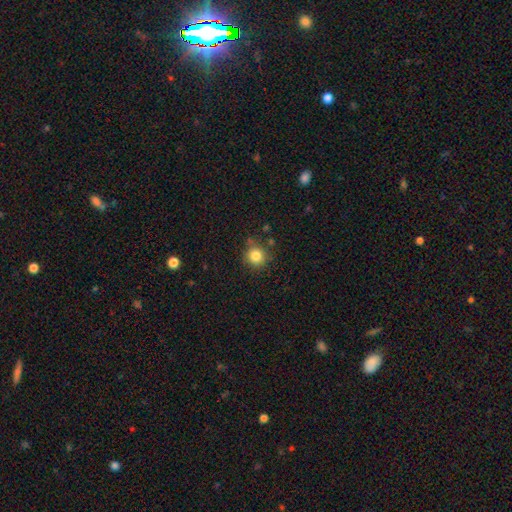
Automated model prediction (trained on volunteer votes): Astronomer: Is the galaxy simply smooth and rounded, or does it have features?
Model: smooth — 83%.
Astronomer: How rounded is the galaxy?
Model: round — 90%.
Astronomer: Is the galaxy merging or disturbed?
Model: none — 77%.